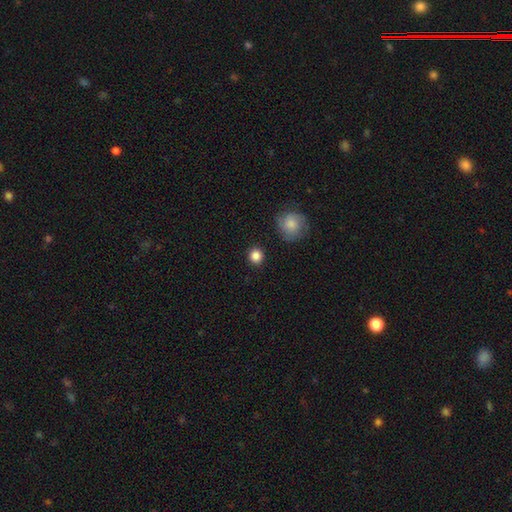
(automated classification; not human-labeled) smooth-or-featured: smooth: 86% | star or artifact: 10% | featured or disk: 4%
  how-rounded: round: 92% | in between: 7% | cigar-shaped: 1%
  merging: none: 90% | minor disturbance: 6% | major disturbance: 2% | merger: 2%